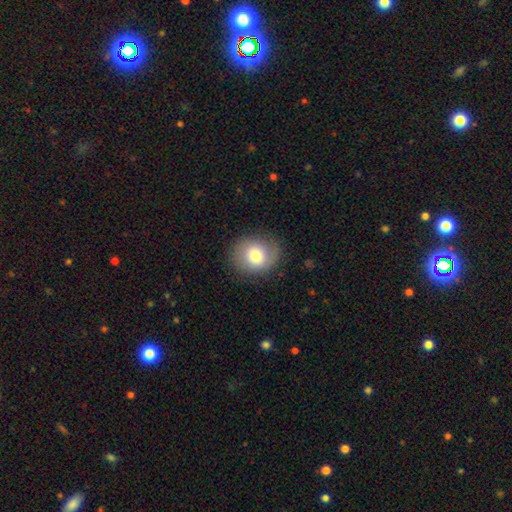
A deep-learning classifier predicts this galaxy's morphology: A smooth galaxy with no disk features (70%) that is round (75%). Merging: none (83%).